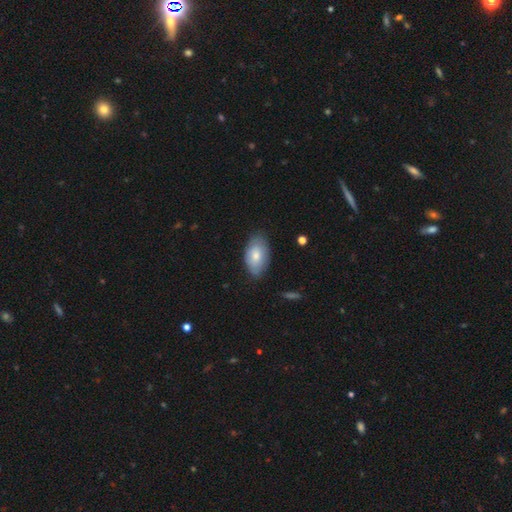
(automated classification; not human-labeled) Smooth or featured?
  - smooth: 74% *
  - featured or disk: 21%
  - star or artifact: 6%
How rounded?
  - in between: 94% *
  - round: 5%
  - cigar-shaped: 2%
Merging?
  - none: 73% *
  - minor disturbance: 22%
  - major disturbance: 4%
  - merger: 1%